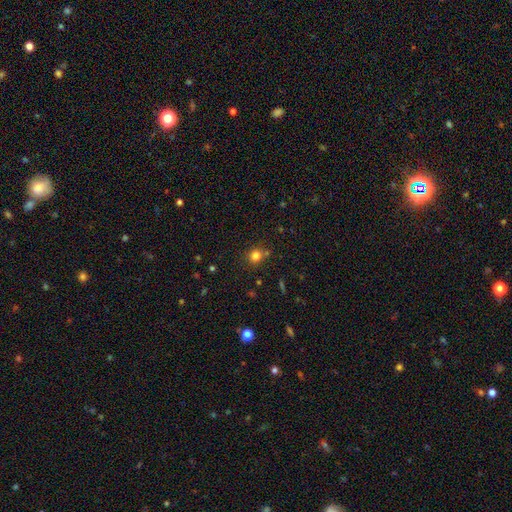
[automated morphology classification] This is likely a smooth galaxy (79%). How rounded: clearly round (85%). Merging: likely none (77%).